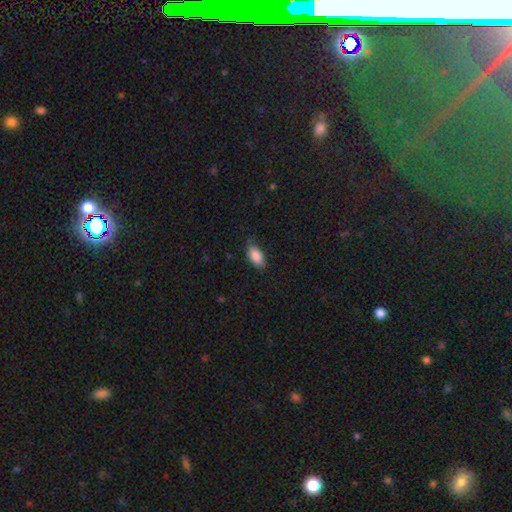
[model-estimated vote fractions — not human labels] A smooth galaxy with no disk features (87%) that is in between round and cigar-shaped (91%). Merging: none (76%).